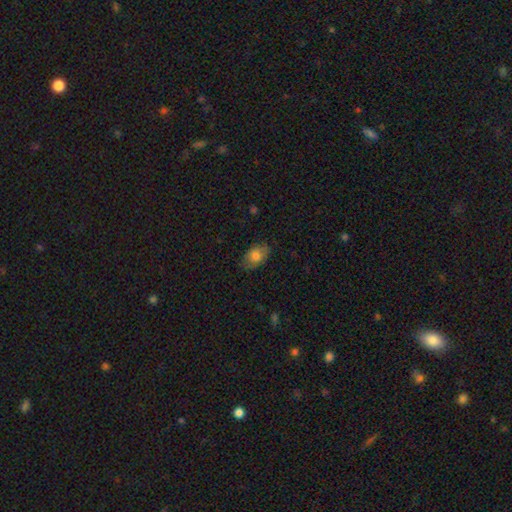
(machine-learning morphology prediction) A smooth galaxy with no disk features (77%) that is in between round and cigar-shaped (88%).

Vote fractions:
- Smooth or featured? smooth: 77% / featured or disk: 15% / star or artifact: 8%
- How rounded? in between: 88% / round: 10% / cigar-shaped: 2%
- Merging? none: 77% / minor disturbance: 18% / major disturbance: 4% / merger: 1%